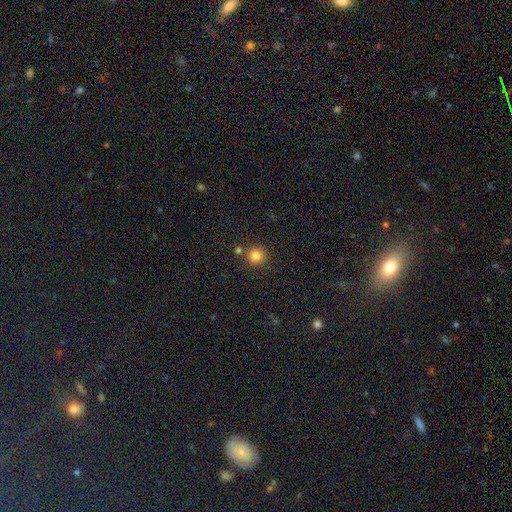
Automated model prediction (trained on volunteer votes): A smooth galaxy with no disk features (83%) that is round (94%). Merging: none (81%).